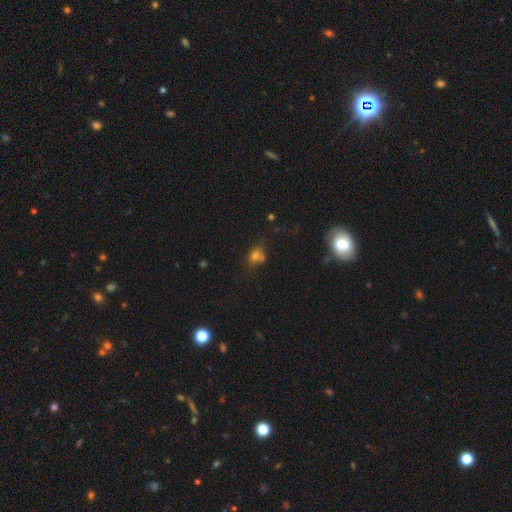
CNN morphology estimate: A smooth galaxy with no disk features (66%) that is round (52%). Merging: none (48%).